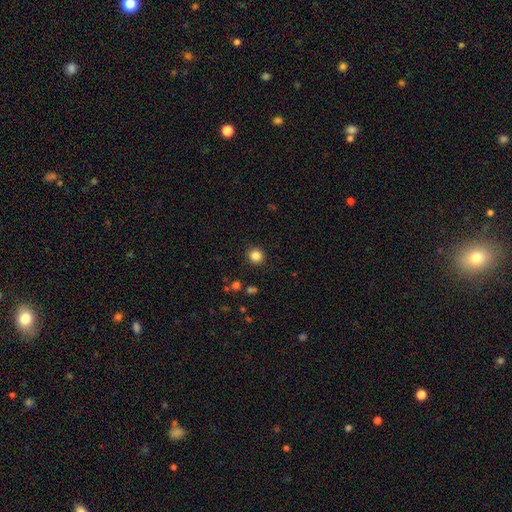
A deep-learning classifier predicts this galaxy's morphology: Smooth or featured?
  - smooth: 85% *
  - star or artifact: 11%
  - featured or disk: 4%
How rounded?
  - round: 90% *
  - in between: 9%
  - cigar-shaped: 1%
Merging?
  - none: 91% *
  - minor disturbance: 6%
  - major disturbance: 2%
  - merger: 1%